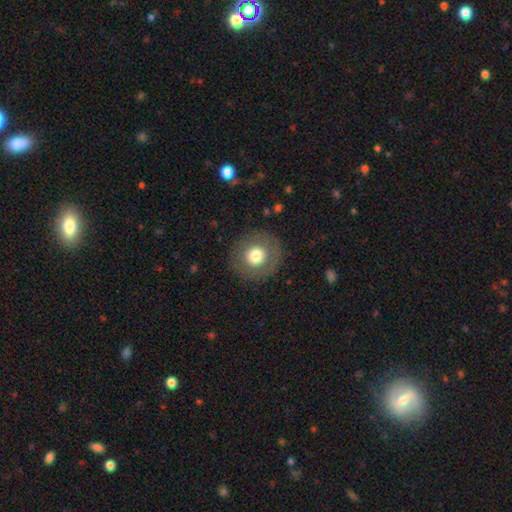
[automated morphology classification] type=smooth (70%); roundness=round (95%); merging=none (88%).